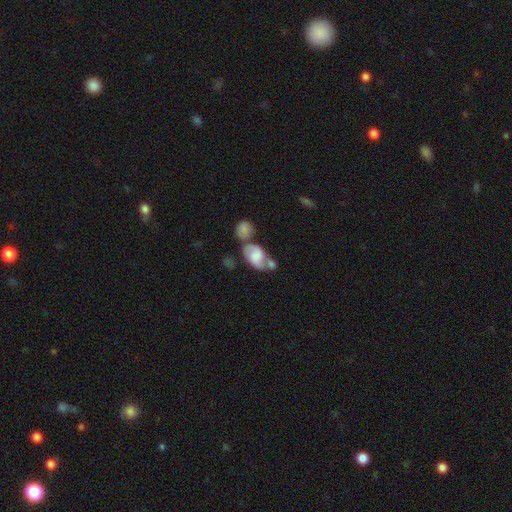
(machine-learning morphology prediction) Q: Smooth or featured?
A: smooth (51%); runner-up: featured or disk (41%)
Q: How rounded?
A: in between (84%); runner-up: round (13%)
Q: Merging?
A: merger (45%); runner-up: none (28%)